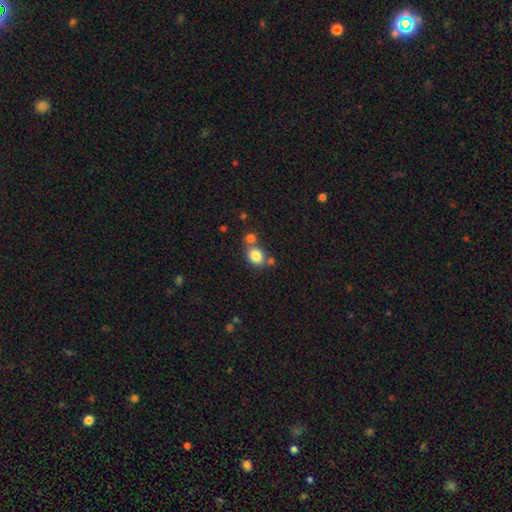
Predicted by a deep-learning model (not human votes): A smooth galaxy with no disk features (82%) that is round (52%). Merging: none (53%).